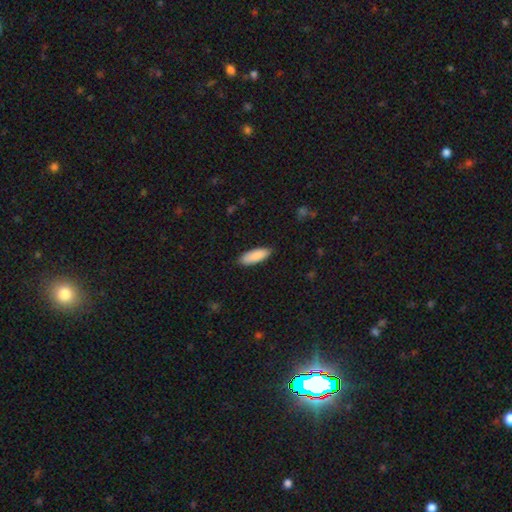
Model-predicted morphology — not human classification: smooth-or-featured: smooth: 89% | featured or disk: 6% | star or artifact: 5%
  how-rounded: in between: 69% | cigar-shaped: 30% | round: 1%
  merging: none: 86% | minor disturbance: 11% | major disturbance: 2% | merger: 1%